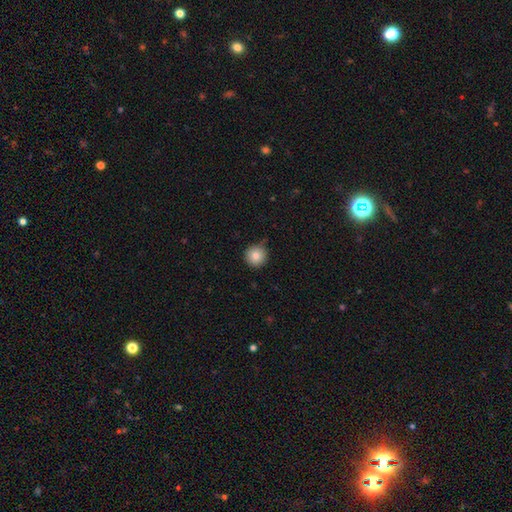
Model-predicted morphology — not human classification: Smooth or featured: smooth — 85% (star or artifact — 9%)
How rounded: round — 96% (in between — 3%)
Merging: none — 78% (minor disturbance — 18%)